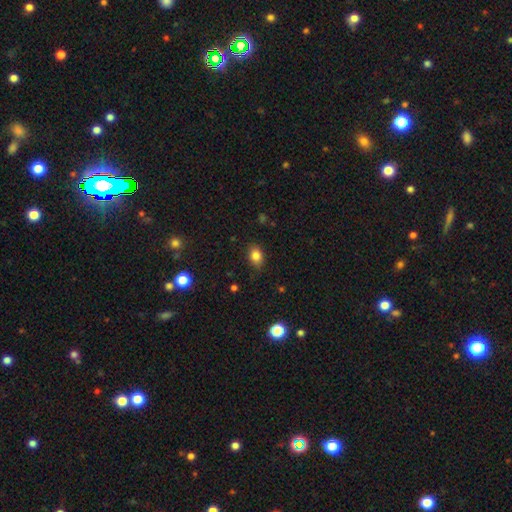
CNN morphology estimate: smooth-or-featured: smooth: 83% | star or artifact: 11% | featured or disk: 6%
  how-rounded: in between: 65% | round: 34% | cigar-shaped: 1%
  merging: none: 83% | minor disturbance: 14% | major disturbance: 3% | merger: 1%